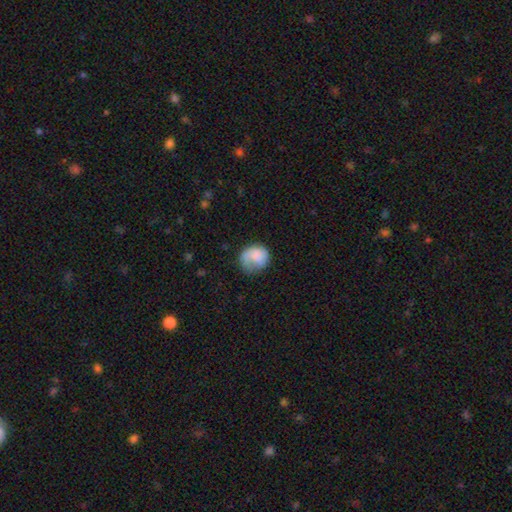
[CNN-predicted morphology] smooth_or_featured: smooth (p=0.75) [alt: featured or disk p=0.18]
how_rounded: round (p=0.71) [alt: in between p=0.28]
merging: none (p=0.41) [alt: minor disturbance p=0.30]